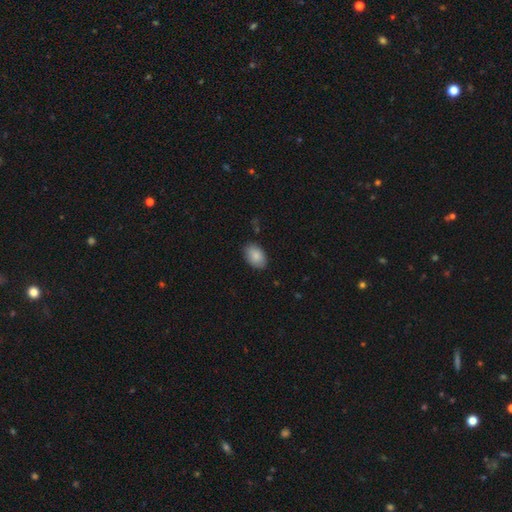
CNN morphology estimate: The model was most divided on "merging": none: 82%, minor disturbance: 14%, major disturbance: 3%, merger: 1%. More confident: how rounded — in between (88%); smooth or featured — smooth (87%).